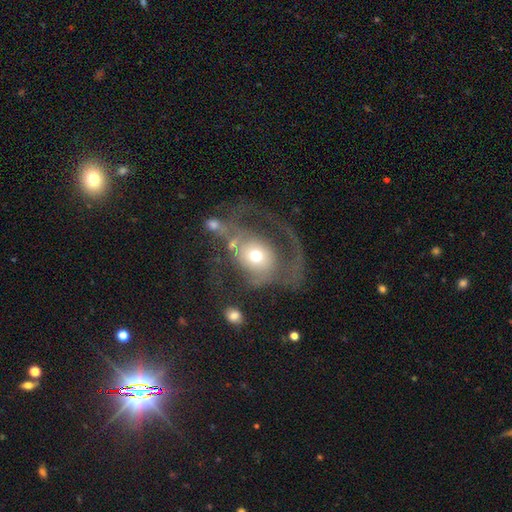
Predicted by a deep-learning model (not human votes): smooth-or-featured: featured or disk: 54% | smooth: 37% | star or artifact: 9%
  disk-edge-on: no: 95% | yes: 5%
    bar: no: 80% | weak: 15% | strong: 5%
    has-spiral-arms: yes: 51% | no: 49%
    bulge-size: moderate: 59% | small: 26% | large: 11% | dominant: 3% | none: 1%
  merging: major disturbance: 56% | none: 22% | minor disturbance: 11% | merger: 11%